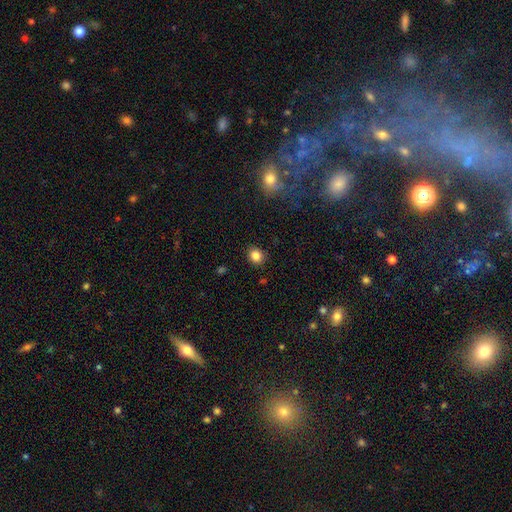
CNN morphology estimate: smooth_or_featured: smooth (p=0.84) [alt: star or artifact p=0.11]
how_rounded: round (p=0.71) [alt: in between p=0.28]
merging: none (p=0.89) [alt: minor disturbance p=0.08]